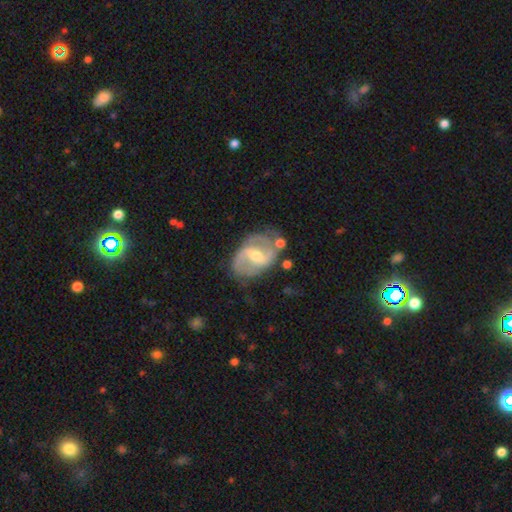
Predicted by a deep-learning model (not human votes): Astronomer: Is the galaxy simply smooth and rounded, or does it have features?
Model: featured or disk — 83%.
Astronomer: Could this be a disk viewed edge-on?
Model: no — 97%.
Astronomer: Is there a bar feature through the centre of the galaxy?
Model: weak — 48% (runner-up: strong, 35%).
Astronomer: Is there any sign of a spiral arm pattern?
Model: yes — 92%.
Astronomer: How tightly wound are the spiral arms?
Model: medium — 49% (runner-up: loose, 32%).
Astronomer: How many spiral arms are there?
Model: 2 — 86%.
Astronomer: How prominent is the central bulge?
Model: moderate — 58% (runner-up: small, 38%).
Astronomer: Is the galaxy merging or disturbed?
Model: none — 66%.